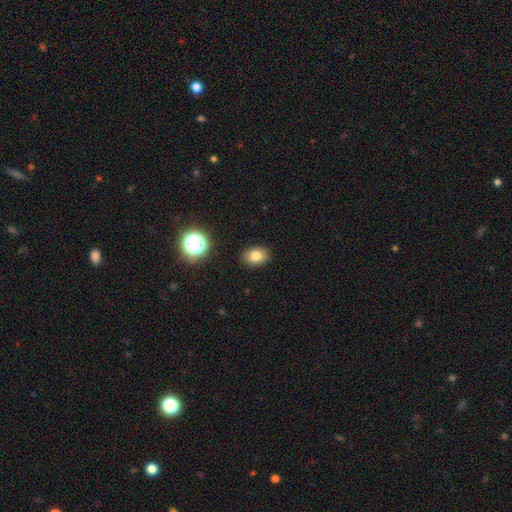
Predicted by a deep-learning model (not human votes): Q: Smooth or featured?
A: smooth (80%); runner-up: star or artifact (12%)
Q: How rounded?
A: in between (67%); runner-up: round (32%)
Q: Merging?
A: none (89%); runner-up: minor disturbance (8%)